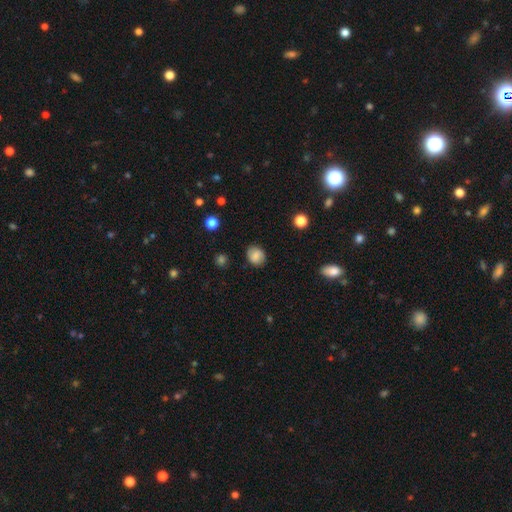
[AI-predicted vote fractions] Q: Smooth or featured?
A: smooth (81%); runner-up: featured or disk (9%)
Q: How rounded?
A: round (63%); runner-up: in between (36%)
Q: Merging?
A: none (84%); runner-up: minor disturbance (11%)